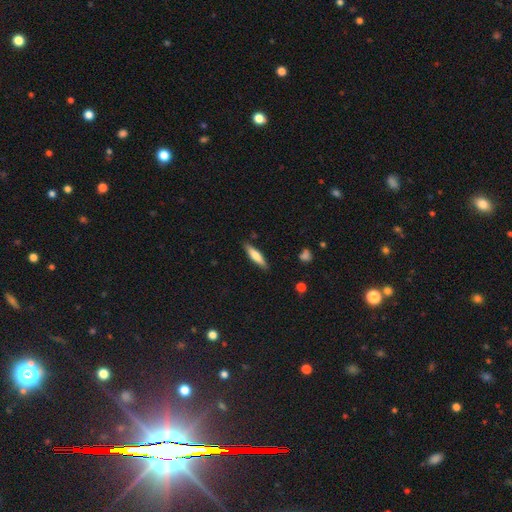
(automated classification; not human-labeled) The model was most divided on "smooth or featured": smooth: 69%, featured or disk: 25%, star or artifact: 6%. More confident: merging — none (87%); how rounded — cigar-shaped (76%).